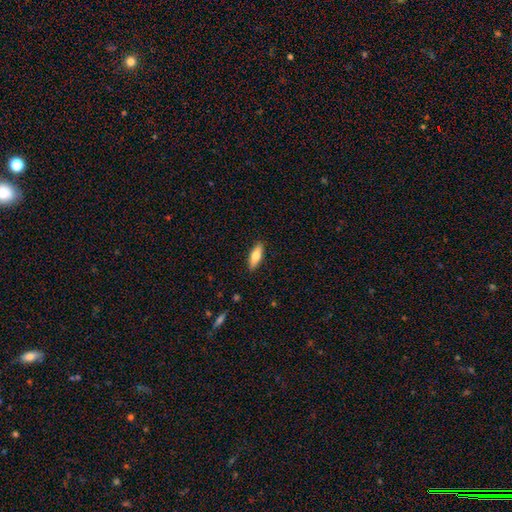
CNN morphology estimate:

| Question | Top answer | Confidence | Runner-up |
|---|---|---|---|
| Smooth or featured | smooth | 70% | featured or disk (23%) |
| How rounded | in between | 64% | cigar-shaped (34%) |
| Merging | none | 89% | minor disturbance (8%) |